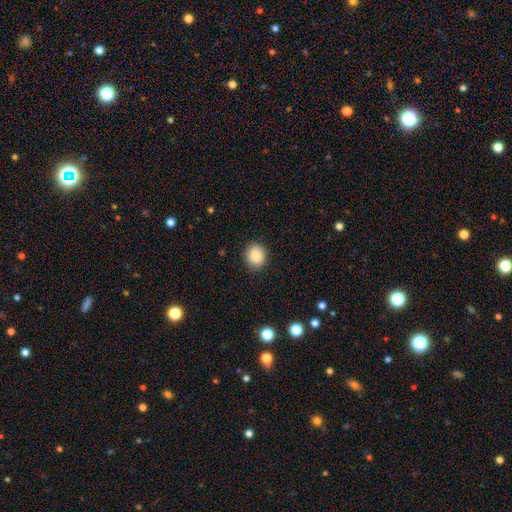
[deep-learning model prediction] Smooth or featured? Predicted: smooth (p=0.88). How rounded? Predicted: round (p=0.76). Merging? Predicted: none (p=0.88).